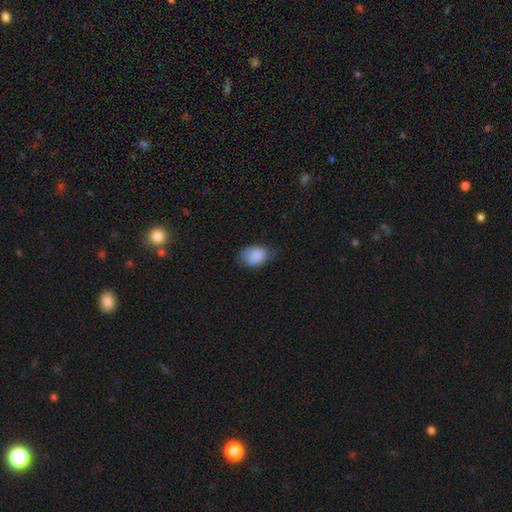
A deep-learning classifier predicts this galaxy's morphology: smooth_or_featured: smooth (p=0.82) [alt: featured or disk p=0.10]
how_rounded: in between (p=0.75) [alt: round p=0.24]
merging: none (p=0.54) [alt: minor disturbance p=0.35]